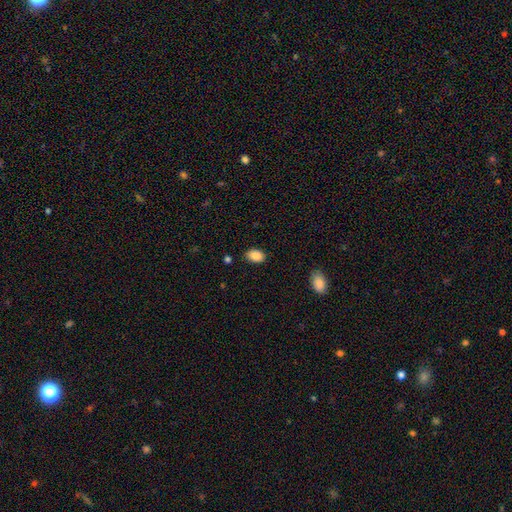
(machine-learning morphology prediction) smooth 88%, star or artifact 8%, featured or disk 4%. Down the decision tree: how rounded — in between (84%); merging — none (84%).